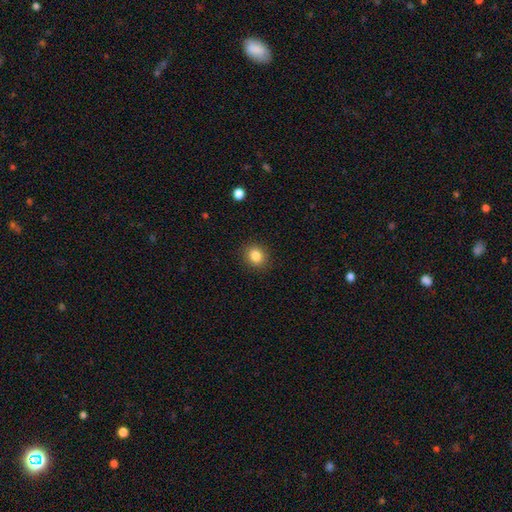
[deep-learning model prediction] The model was most divided on "how rounded": round: 73%, in between: 26%, cigar-shaped: 1%. More confident: merging — none (90%); smooth or featured — smooth (84%).